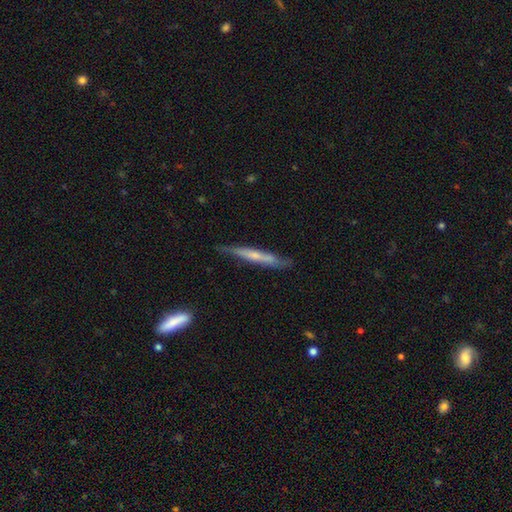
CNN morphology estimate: smooth_or_featured: featured or disk (p=0.52) [alt: smooth p=0.42]
disk_edge_on: yes (p=0.91) [alt: no p=0.09]
merging: none (p=0.74) [alt: minor disturbance p=0.20]